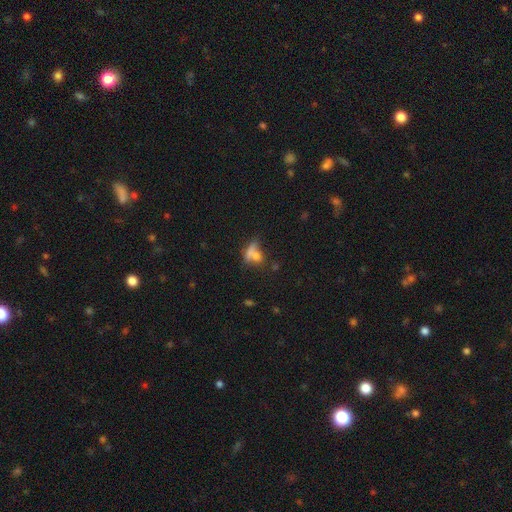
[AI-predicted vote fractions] Q: Smooth or featured?
A: smooth (62%); runner-up: featured or disk (22%)
Q: How rounded?
A: in between (54%); runner-up: round (30%)
Q: Merging?
A: merger (39%); runner-up: none (34%)